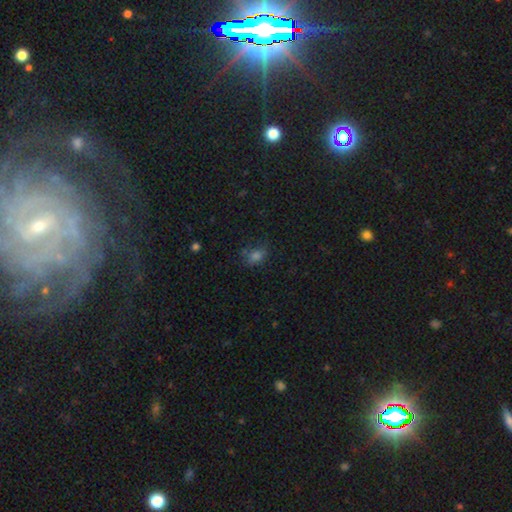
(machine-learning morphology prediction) This appears to be a smooth galaxy with no disk features (70%) that is in between round and cigar-shaped (66%). Merging: none (63%).